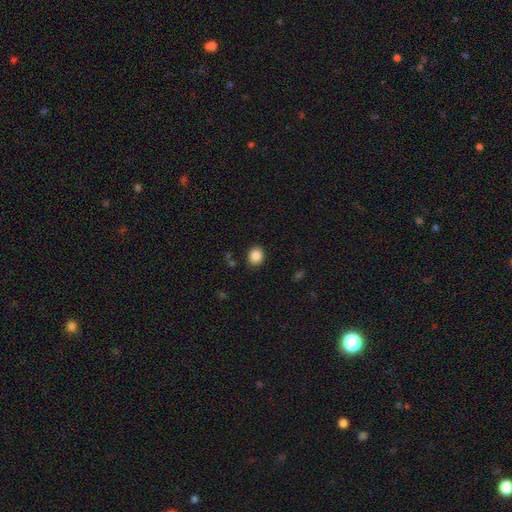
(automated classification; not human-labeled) Morphology: type=smooth (87%); roundness=round (66%); merging=none (90%).